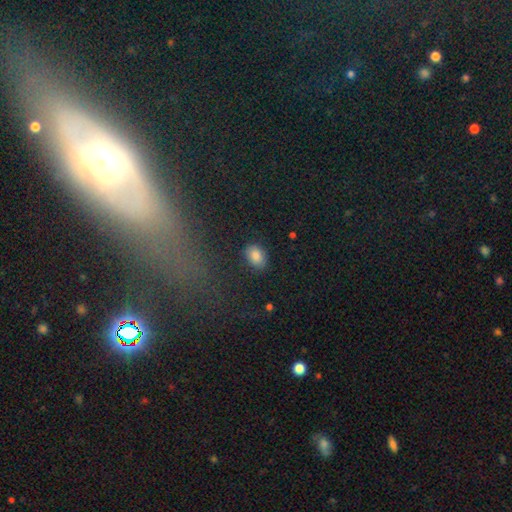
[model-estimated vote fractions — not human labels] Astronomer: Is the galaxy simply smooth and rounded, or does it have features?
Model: smooth — 84%.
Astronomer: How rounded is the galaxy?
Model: in between — 78%.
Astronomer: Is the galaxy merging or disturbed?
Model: none — 83%.